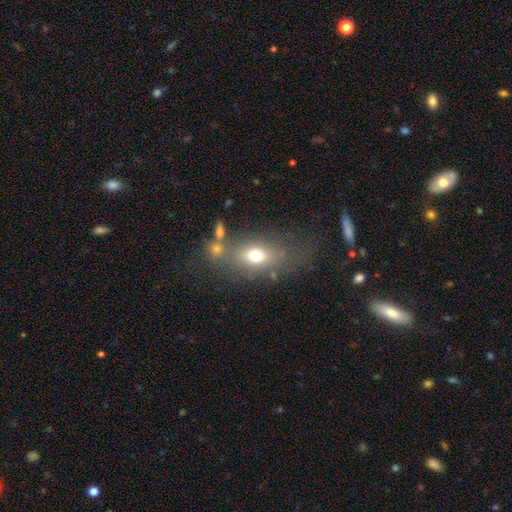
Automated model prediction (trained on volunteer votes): Smooth or featured? Predicted: smooth (p=0.68). How rounded? Predicted: in between (p=0.73). Merging? Predicted: none (p=0.55).